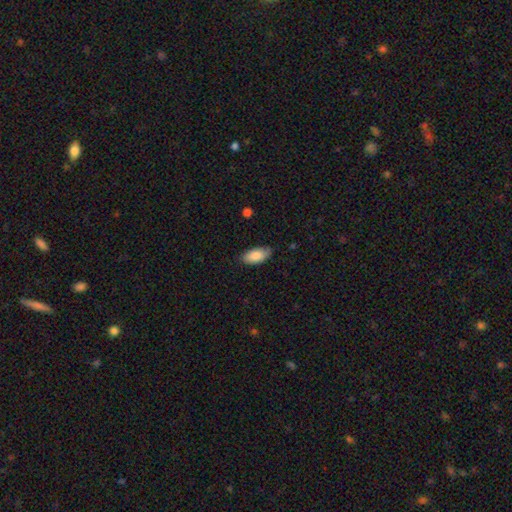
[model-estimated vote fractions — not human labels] The model was most divided on "merging": none: 77%, minor disturbance: 19%, major disturbance: 3%, merger: 1%. More confident: how rounded — in between (93%); smooth or featured — smooth (84%).